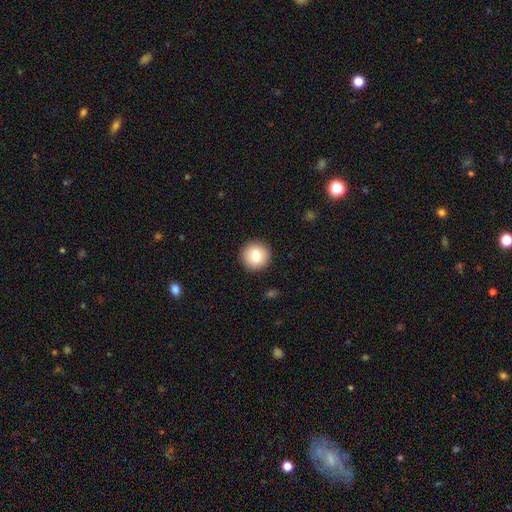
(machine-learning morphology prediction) Smooth or featured: smooth — 79% (featured or disk — 12%)
How rounded: round — 95% (in between — 4%)
Merging: none — 92% (minor disturbance — 5%)